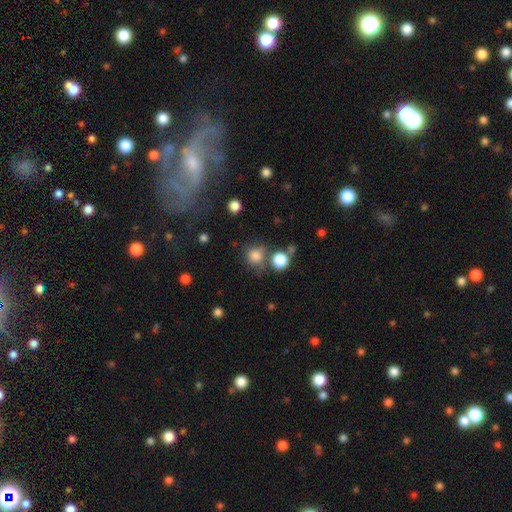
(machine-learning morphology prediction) The model was most divided on "merging": none: 63%, merger: 18%, minor disturbance: 13%, major disturbance: 6%. More confident: how rounded — round (87%); smooth or featured — smooth (81%).